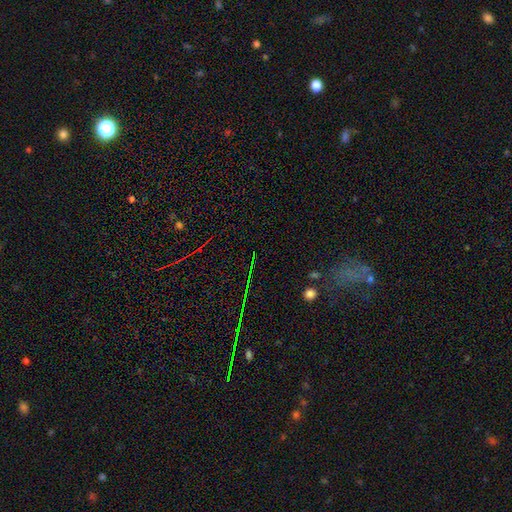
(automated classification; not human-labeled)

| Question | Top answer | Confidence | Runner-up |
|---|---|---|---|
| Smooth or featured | star or artifact | 72% | smooth (17%) |